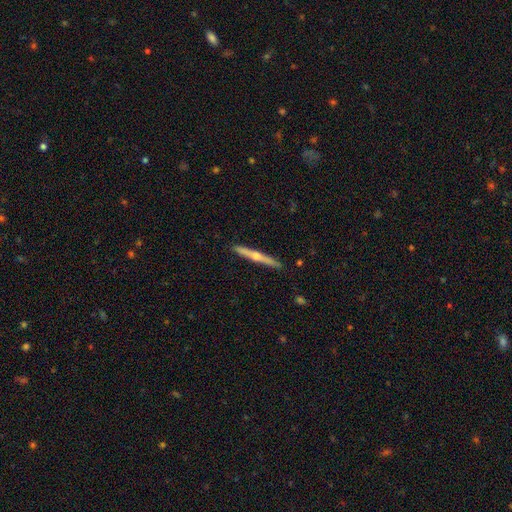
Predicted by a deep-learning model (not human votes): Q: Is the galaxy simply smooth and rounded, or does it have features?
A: featured or disk — 65%.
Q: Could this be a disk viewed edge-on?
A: yes — 98%.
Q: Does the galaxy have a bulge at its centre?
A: rounded — 85%.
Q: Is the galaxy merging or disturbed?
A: none — 91%.